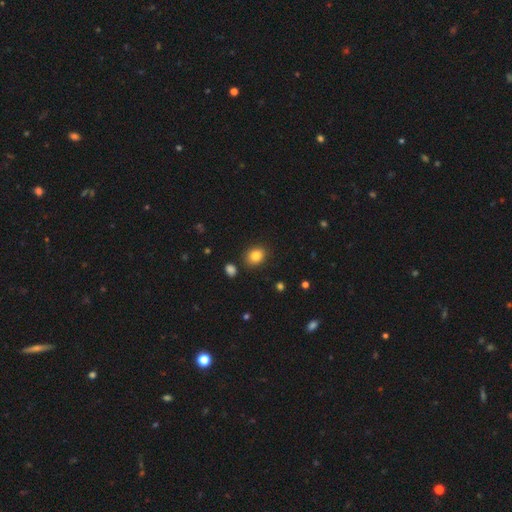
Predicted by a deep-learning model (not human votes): smooth_or_featured: smooth (p=0.83) [alt: star or artifact p=0.10]
how_rounded: round (p=0.57) [alt: in between p=0.42]
merging: none (p=0.86) [alt: minor disturbance p=0.09]